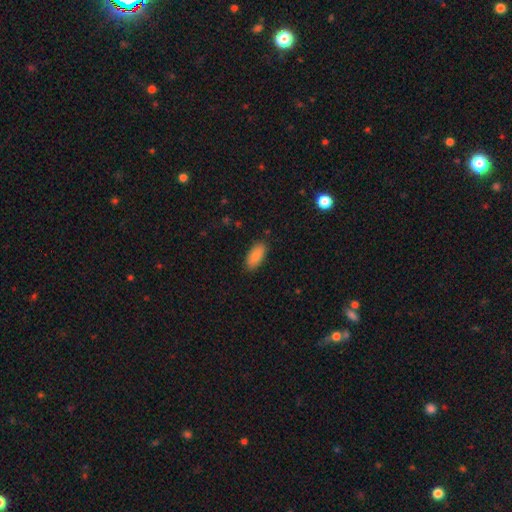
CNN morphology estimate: smooth_or_featured: smooth (p=0.87) [alt: star or artifact p=0.07]
how_rounded: in between (p=0.90) [alt: cigar-shaped p=0.08]
merging: none (p=0.86) [alt: minor disturbance p=0.10]